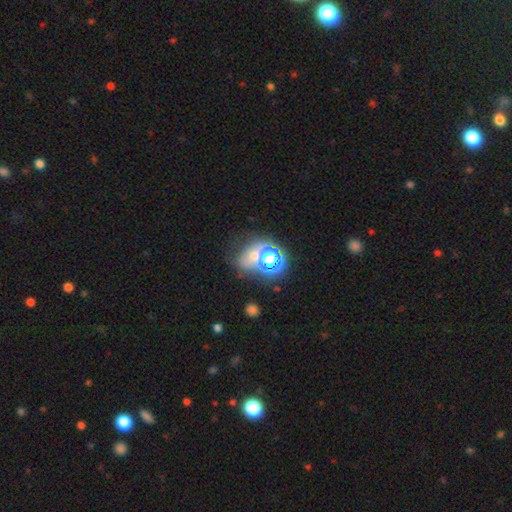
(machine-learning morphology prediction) This is marginally a smooth galaxy (39%). Merging: marginally none (39%).